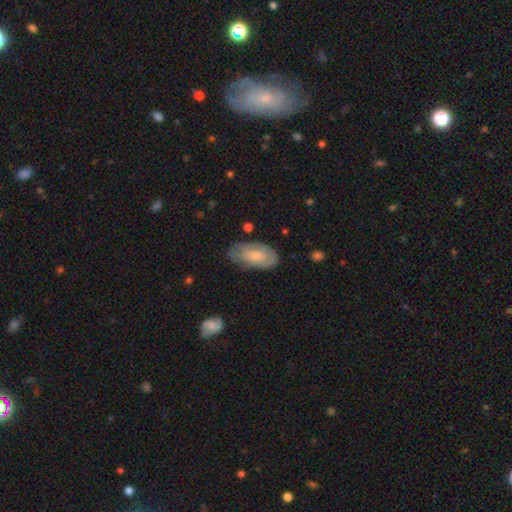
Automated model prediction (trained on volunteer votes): Overall: smooth (63%; featured or disk 31%). How rounded: in between (92%). Merging: none (66%; minor disturbance 26%).